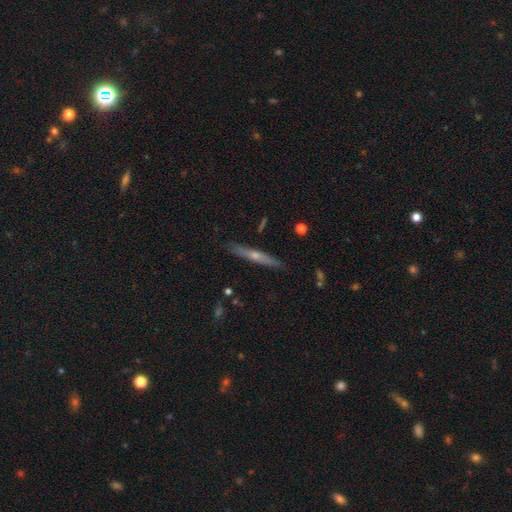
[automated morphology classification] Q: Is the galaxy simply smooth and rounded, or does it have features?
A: featured or disk — 61%.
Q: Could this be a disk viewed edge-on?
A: yes — 95%.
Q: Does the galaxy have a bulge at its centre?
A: rounded — 77%.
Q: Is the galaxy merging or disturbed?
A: none — 88%.